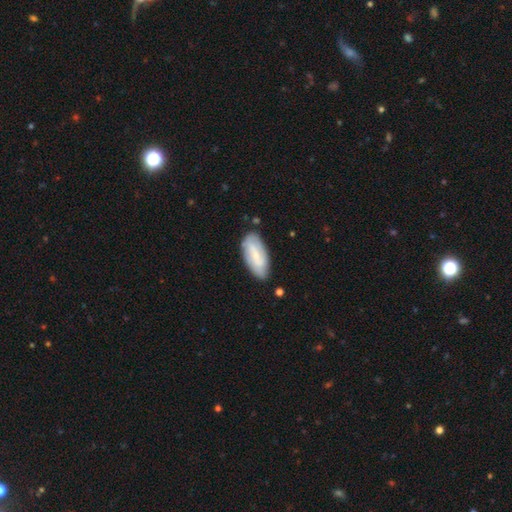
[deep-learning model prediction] Smooth or featured? Predicted: smooth (p=0.54). How rounded? Predicted: in between (p=0.85). Merging? Predicted: none (p=0.76).